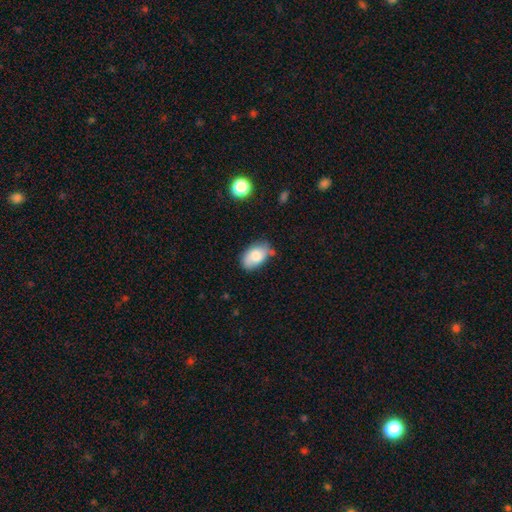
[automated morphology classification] A smooth galaxy with no disk features (75%) that is in between round and cigar-shaped (92%). Merging: none (62%).